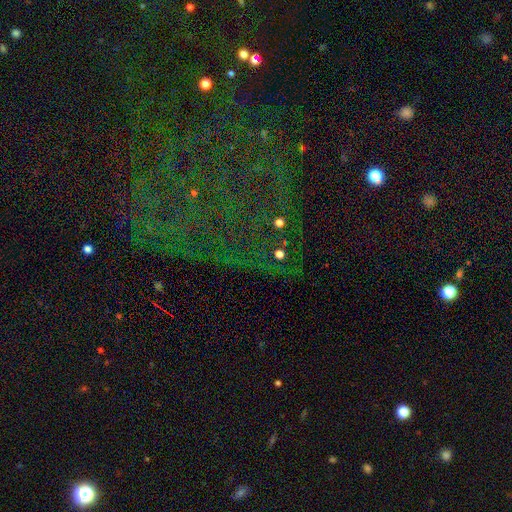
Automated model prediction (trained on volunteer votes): smooth_or_featured: star or artifact (p=0.77) [alt: smooth p=0.12]